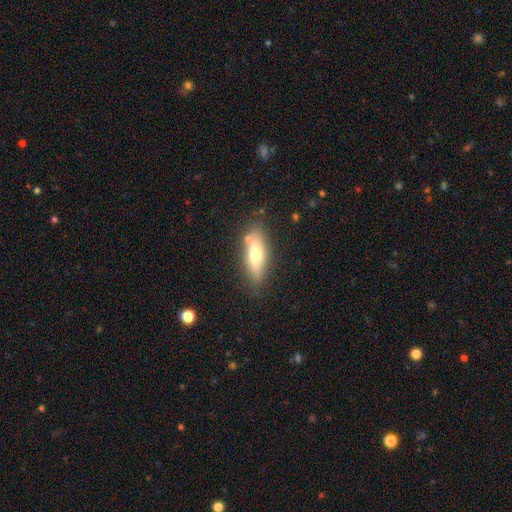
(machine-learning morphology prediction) This appears to be a smooth galaxy with no disk features (58%) that is in between round and cigar-shaped (56%). Merging: none (71%).